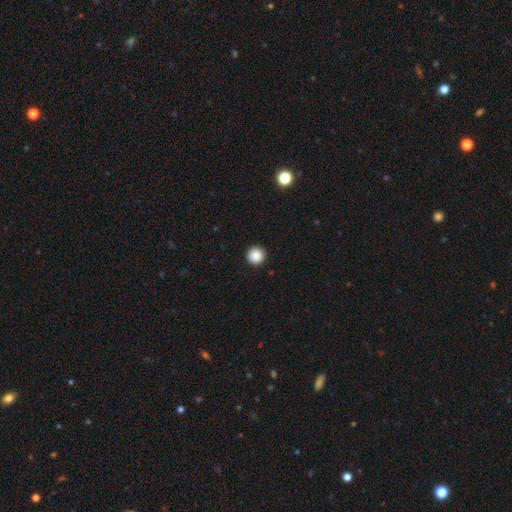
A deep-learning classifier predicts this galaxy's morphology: Smooth or featured? smooth (88%)
How rounded? round (96%)
Merging? none (93%)